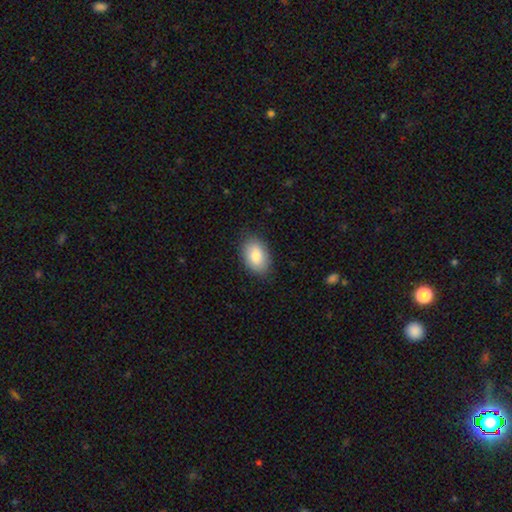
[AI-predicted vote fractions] A smooth galaxy with no disk features (82%) that is in between round and cigar-shaped (87%).

Vote fractions:
- Smooth or featured? smooth: 82% / featured or disk: 11% / star or artifact: 7%
- How rounded? in between: 87% / round: 12% / cigar-shaped: 1%
- Merging? none: 85% / minor disturbance: 11% / major disturbance: 3% / merger: 1%